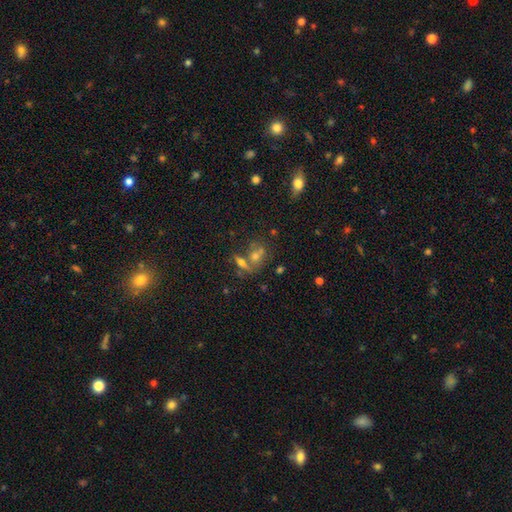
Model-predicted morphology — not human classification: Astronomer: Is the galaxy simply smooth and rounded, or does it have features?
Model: smooth — 49% (runner-up: featured or disk, 28%).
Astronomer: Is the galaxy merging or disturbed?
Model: none — 42% (runner-up: merger, 39%).